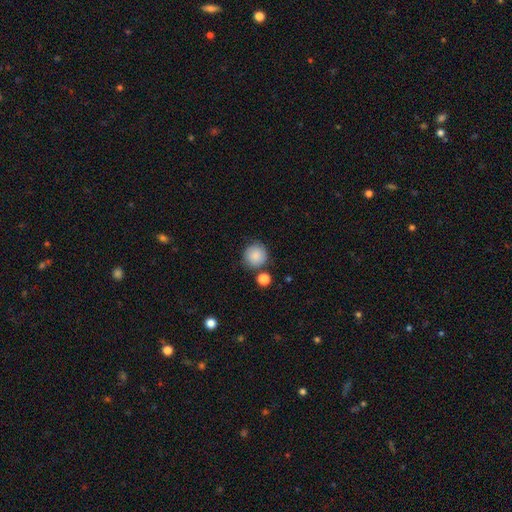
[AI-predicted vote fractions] This appears to be a smooth galaxy with no disk features (86%) that is round (93%). Merging: none (78%).